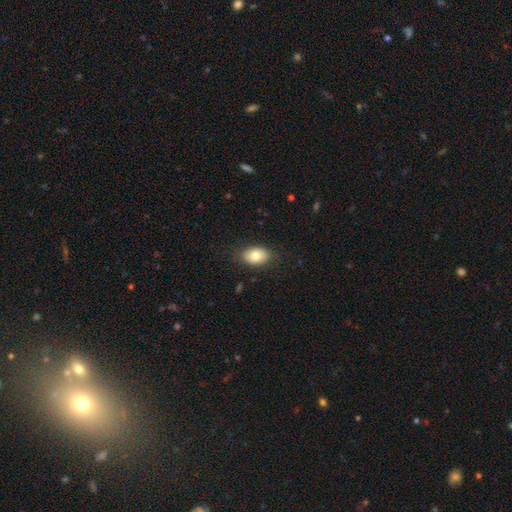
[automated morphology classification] Smooth or featured: smooth — 78% (featured or disk — 15%)
How rounded: in between — 87% (round — 12%)
Merging: none — 82% (minor disturbance — 14%)